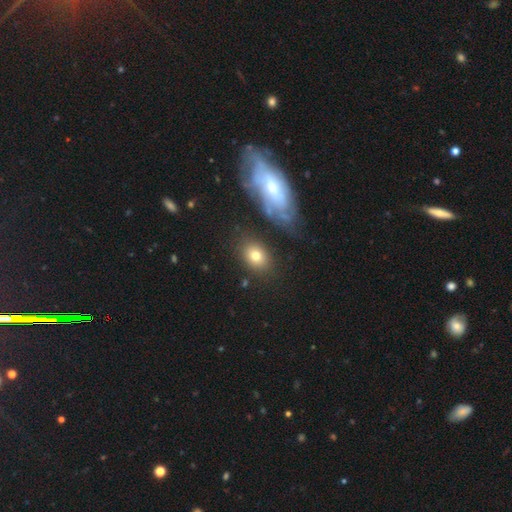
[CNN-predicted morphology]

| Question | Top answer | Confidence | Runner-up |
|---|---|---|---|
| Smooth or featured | smooth | 74% | featured or disk (16%) |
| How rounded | in between | 62% | round (37%) |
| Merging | none | 77% | minor disturbance (12%) |